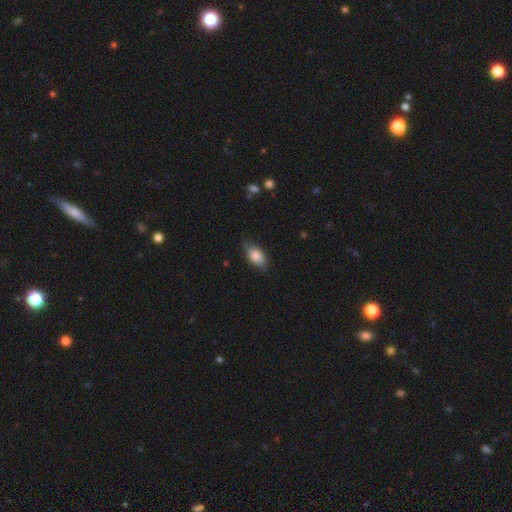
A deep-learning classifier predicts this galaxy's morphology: type=smooth (82%); roundness=in between (91%); merging=none (72%).